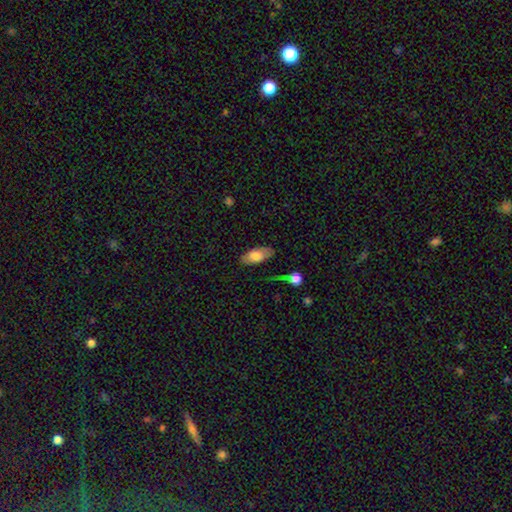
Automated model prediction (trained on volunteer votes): smooth_or_featured: smooth (p=0.75) [alt: featured or disk p=0.19]
how_rounded: in between (p=0.88) [alt: cigar-shaped p=0.09]
merging: none (p=0.72) [alt: minor disturbance p=0.18]